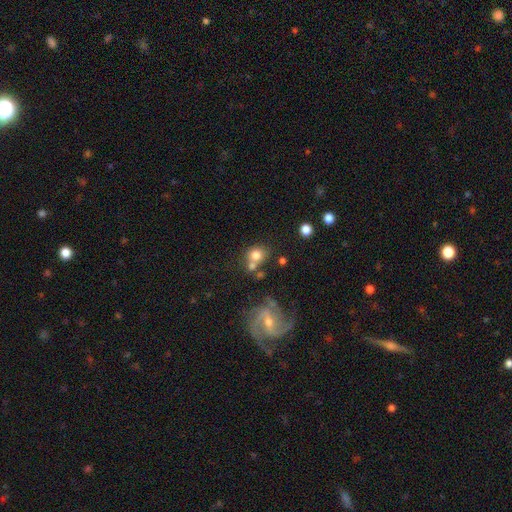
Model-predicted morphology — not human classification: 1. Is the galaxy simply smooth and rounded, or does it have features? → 75% smooth, 15% featured or disk, 10% star or artifact.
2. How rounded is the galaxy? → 74% round, 25% in between, 1% cigar-shaped.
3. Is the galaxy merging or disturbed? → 48% none, 33% merger, 13% minor disturbance, 6% major disturbance.